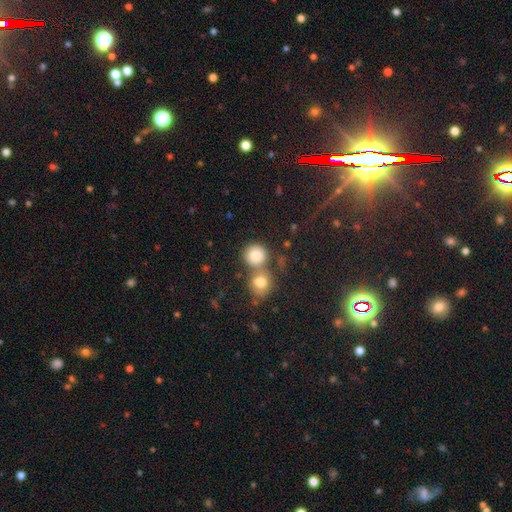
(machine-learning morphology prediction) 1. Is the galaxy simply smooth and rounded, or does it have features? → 82% smooth, 9% star or artifact, 8% featured or disk.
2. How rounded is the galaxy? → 87% round, 12% in between, 1% cigar-shaped.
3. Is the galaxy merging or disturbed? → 49% none, 37% merger, 9% minor disturbance, 4% major disturbance.